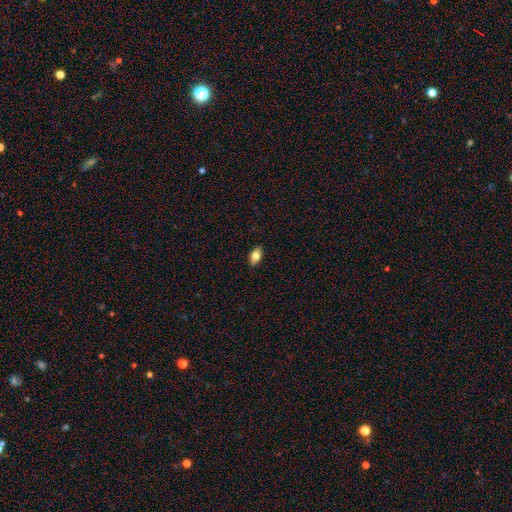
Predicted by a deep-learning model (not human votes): Morphology: type=smooth (76%); roundness=in between (89%); merging=none (89%).